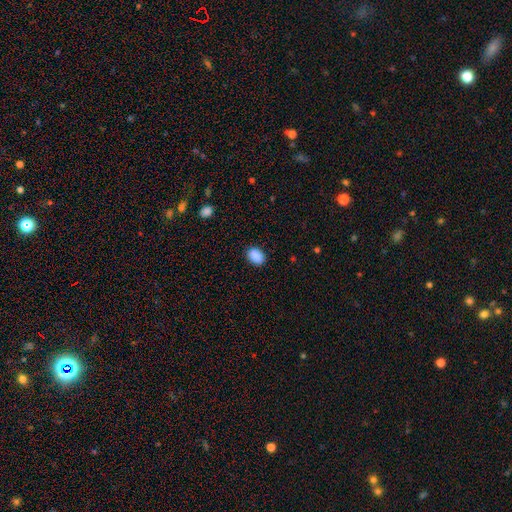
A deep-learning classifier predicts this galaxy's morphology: Smooth or featured?
  - smooth: 90% *
  - star or artifact: 8%
  - featured or disk: 2%
How rounded?
  - in between: 79% *
  - round: 20%
  - cigar-shaped: 1%
Merging?
  - none: 88% *
  - minor disturbance: 9%
  - major disturbance: 2%
  - merger: 1%